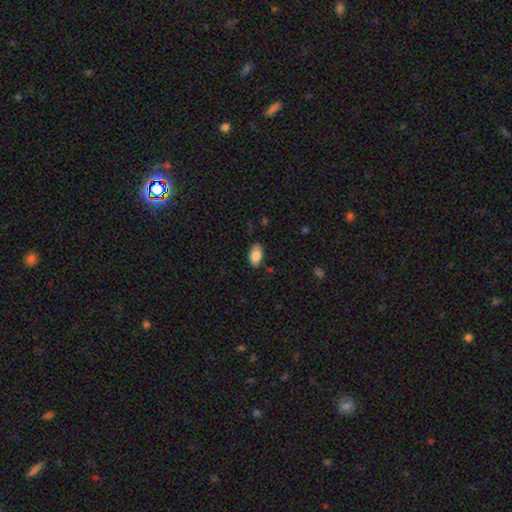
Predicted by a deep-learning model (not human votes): The model was most divided on "merging": none: 79%, minor disturbance: 16%, major disturbance: 3%, merger: 2%. More confident: how rounded — in between (93%); smooth or featured — smooth (87%).